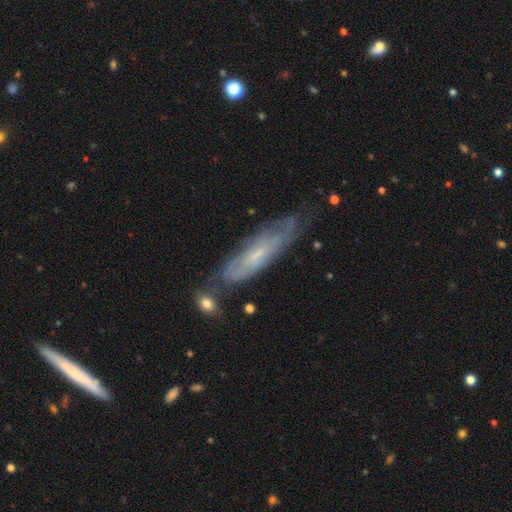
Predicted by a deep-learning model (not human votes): This is possibly a featured or disk galaxy (59%). It is likely not viewed edge-on (65%). Merging: likely none (64%).